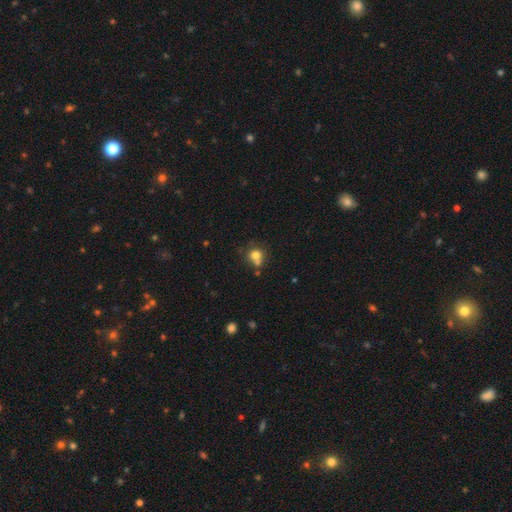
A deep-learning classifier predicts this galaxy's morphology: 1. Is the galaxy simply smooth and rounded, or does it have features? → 74% smooth, 13% featured or disk, 13% star or artifact.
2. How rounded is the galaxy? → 80% round, 19% in between, 1% cigar-shaped.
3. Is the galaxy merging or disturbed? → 45% none, 36% merger, 13% minor disturbance, 6% major disturbance.